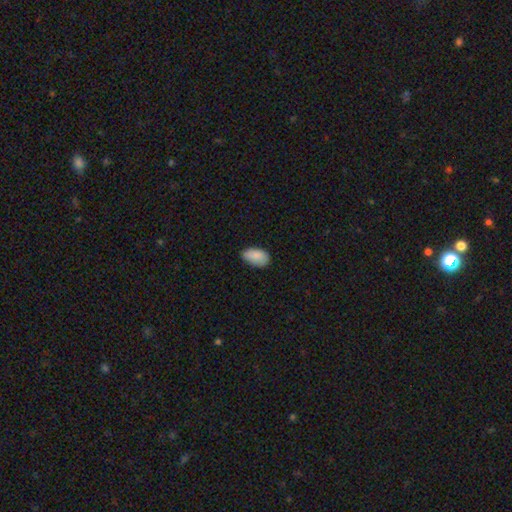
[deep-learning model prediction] Smooth or featured: smooth — 88% (star or artifact — 7%)
How rounded: in between — 93% (round — 5%)
Merging: none — 74% (minor disturbance — 22%)